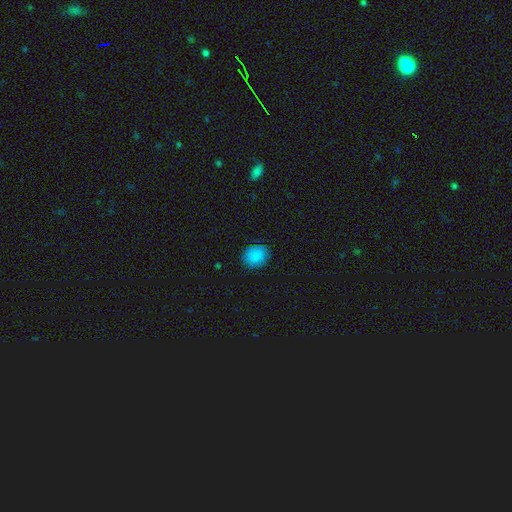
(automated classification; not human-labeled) smooth_or_featured: smooth (p=0.87) [alt: star or artifact p=0.09]
how_rounded: round (p=0.62) [alt: in between p=0.37]
merging: none (p=0.84) [alt: minor disturbance p=0.12]